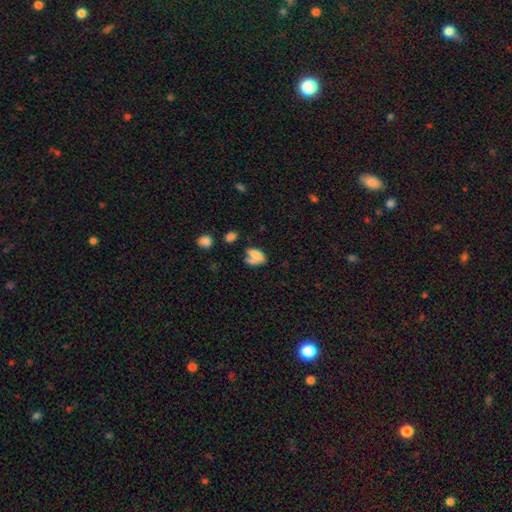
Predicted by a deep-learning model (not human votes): smooth_or_featured: smooth (p=0.68) [alt: featured or disk p=0.20]
how_rounded: in between (p=0.82) [alt: round p=0.10]
merging: none (p=0.36) [alt: minor disturbance p=0.23]